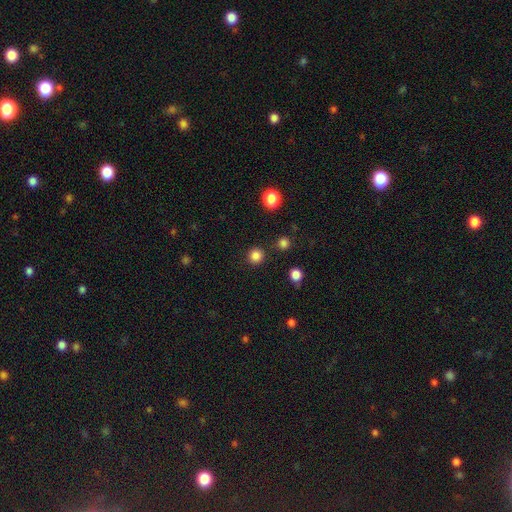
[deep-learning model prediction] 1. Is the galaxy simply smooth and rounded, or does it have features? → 83% smooth, 14% star or artifact, 3% featured or disk.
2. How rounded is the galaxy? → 94% round, 5% in between, 1% cigar-shaped.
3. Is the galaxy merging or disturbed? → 89% none, 6% minor disturbance, 3% merger, 3% major disturbance.